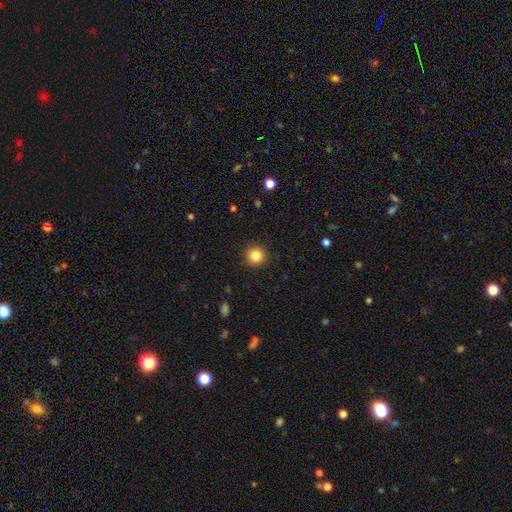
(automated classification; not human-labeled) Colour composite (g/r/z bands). It shows a smooth galaxy with no disk features (85%) that is round (94%). Merging: none (92%).